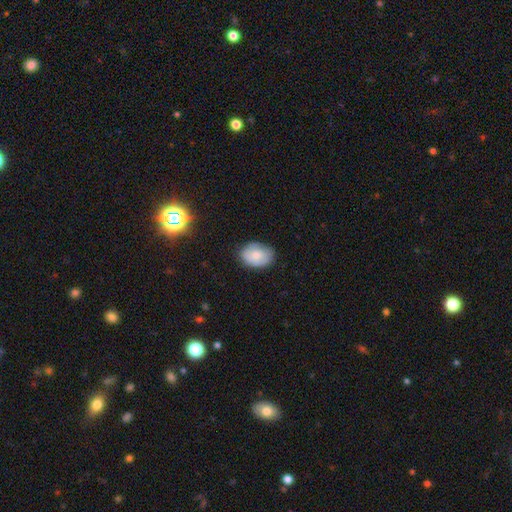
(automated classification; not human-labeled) Overall: smooth (71%). How rounded: in between (77%). Merging: none (75%).